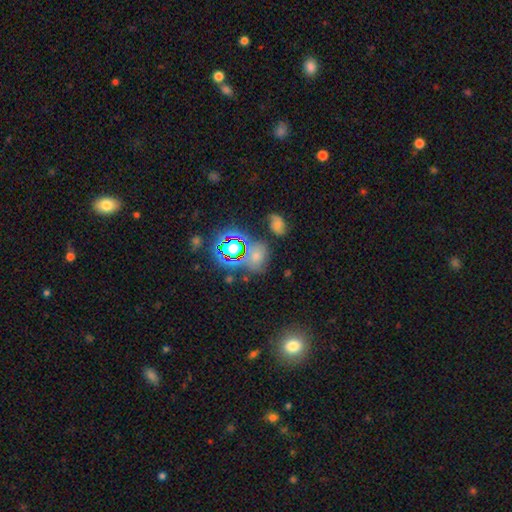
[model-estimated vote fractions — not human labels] Overall: smooth (50%; star or artifact 37%). How rounded: round (56%; in between 42%). Merging: none (62%).